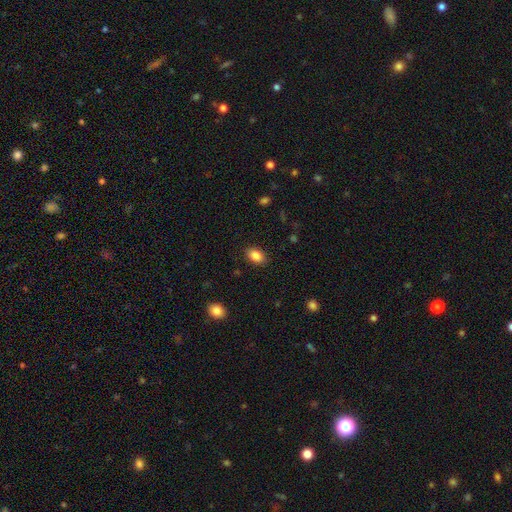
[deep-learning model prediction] Smooth or featured? Predicted: smooth (p=0.87). How rounded? Predicted: in between (p=0.85). Merging? Predicted: none (p=0.88).